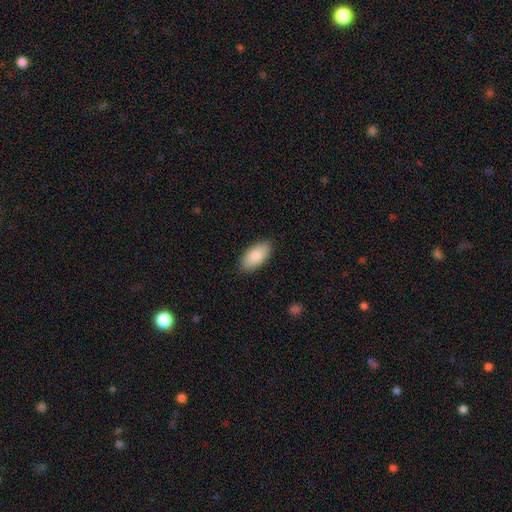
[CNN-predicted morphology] Smooth or featured? smooth (86%)
How rounded? in between (93%)
Merging? none (86%)